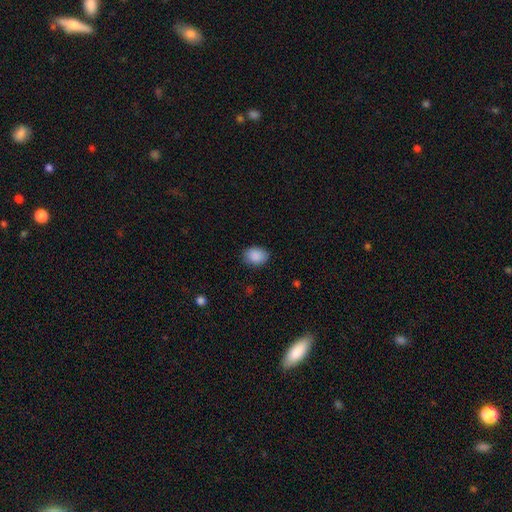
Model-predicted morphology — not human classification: Overall: smooth (89%). How rounded: in between (67%; round 32%). Merging: none (84%).